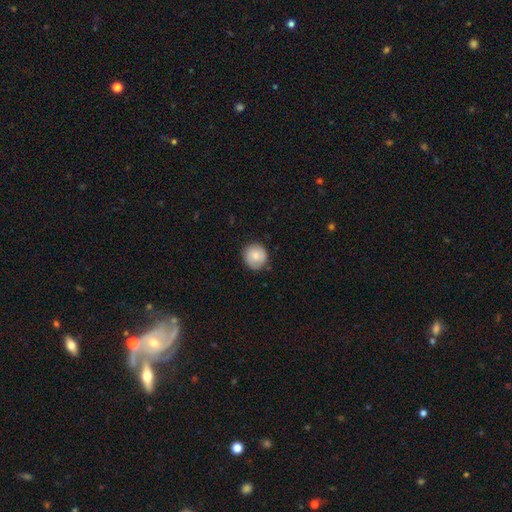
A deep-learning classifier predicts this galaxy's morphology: smooth 75%, featured or disk 18%, star or artifact 7%. Down the decision tree: how rounded — round (92%); merging — none (82%).